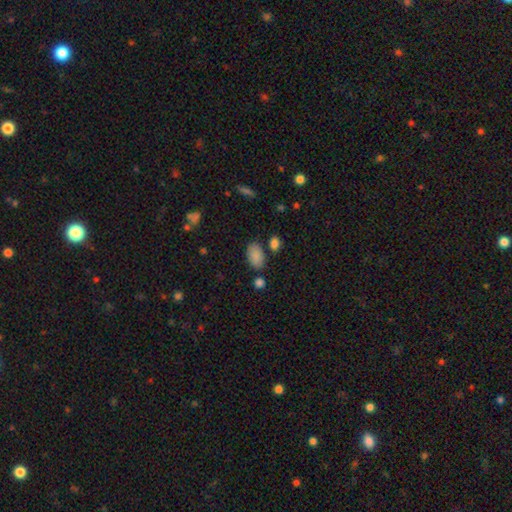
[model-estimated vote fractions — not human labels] smooth_or_featured: smooth (p=0.87) [alt: star or artifact p=0.08]
how_rounded: in between (p=0.92) [alt: round p=0.06]
merging: none (p=0.74) [alt: minor disturbance p=0.15]